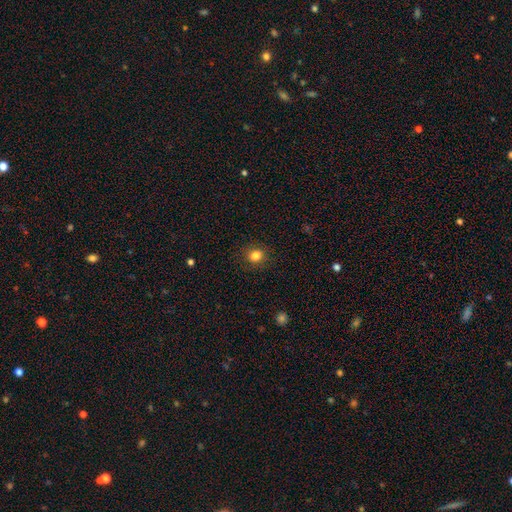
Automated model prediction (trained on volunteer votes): This is clearly a smooth galaxy (83%). How rounded: likely round (78%). Merging: clearly none (89%).